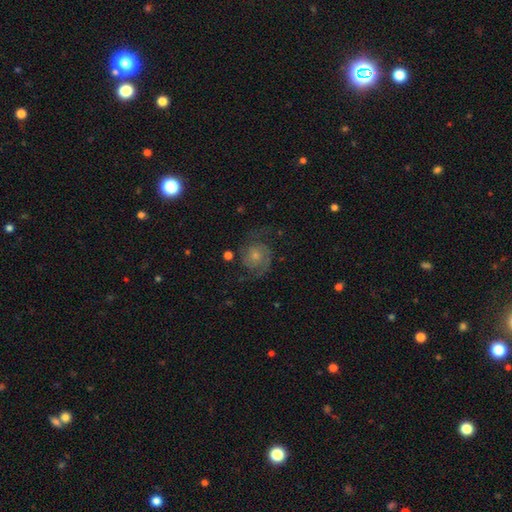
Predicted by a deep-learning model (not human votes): Q: Smooth or featured?
A: featured or disk (80%); runner-up: smooth (12%)
Q: Edge-on disk?
A: no (98%); runner-up: yes (2%)
Q: Bar?
A: no (76%); runner-up: weak (21%)
Q: Spiral arms?
A: yes (96%); runner-up: no (4%)
Q: Spiral winding?
A: medium (48%); runner-up: tight (32%)
Q: Spiral arm count?
A: 2 (86%); runner-up: can't tell (5%)
Q: Bulge size?
A: small (56%); runner-up: moderate (32%)
Q: Merging?
A: none (70%); runner-up: minor disturbance (16%)